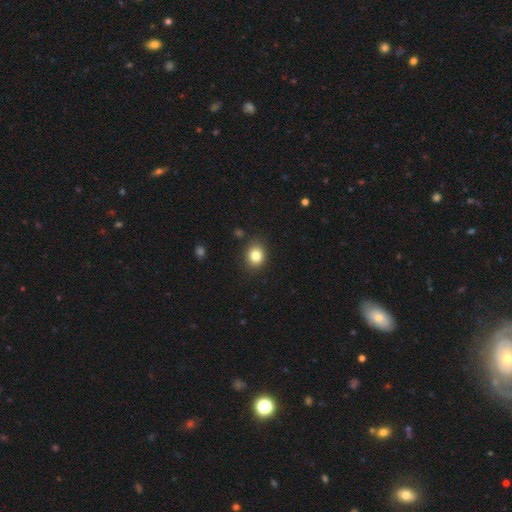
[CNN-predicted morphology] type=smooth (82%); roundness=round (61%); merging=none (87%).